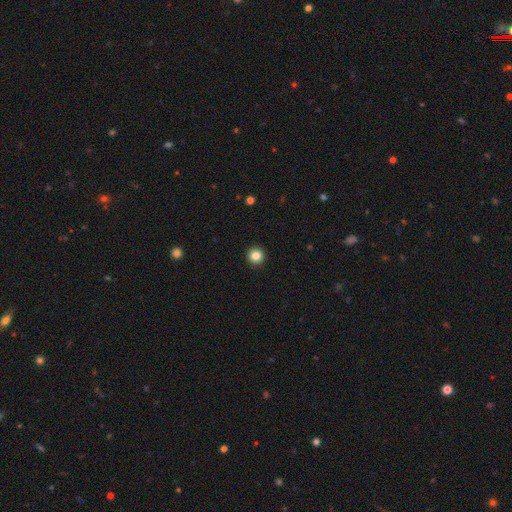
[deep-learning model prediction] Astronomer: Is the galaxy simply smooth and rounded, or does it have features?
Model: smooth — 84%.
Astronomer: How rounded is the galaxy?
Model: round — 96%.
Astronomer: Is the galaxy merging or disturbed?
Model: none — 94%.